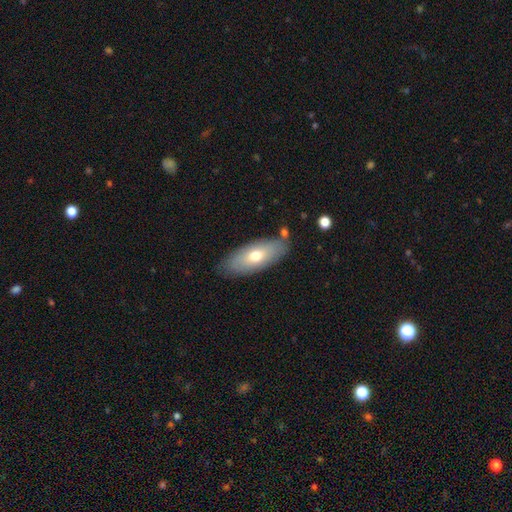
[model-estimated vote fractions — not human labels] A smooth galaxy with no disk features (64%) that is in between round and cigar-shaped (81%).

Vote fractions:
- Smooth or featured? smooth: 64% / featured or disk: 30% / star or artifact: 6%
- How rounded? in between: 81% / cigar-shaped: 17% / round: 3%
- Merging? none: 77% / minor disturbance: 15% / merger: 4% / major disturbance: 4%